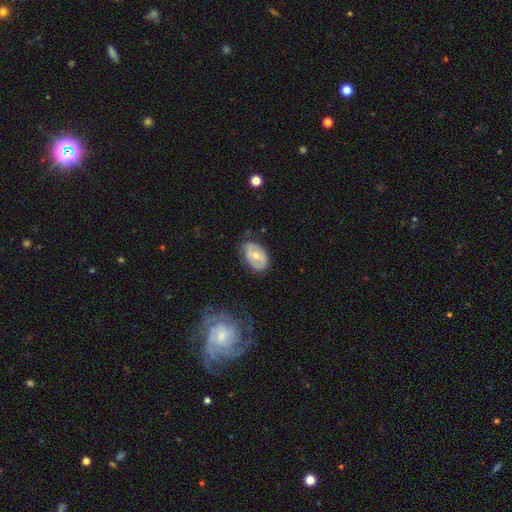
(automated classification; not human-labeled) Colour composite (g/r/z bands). It shows a featured or disk galaxy (49%). Merging: none (66%).